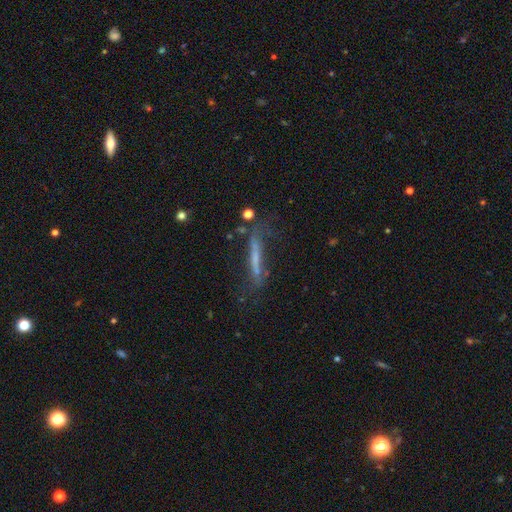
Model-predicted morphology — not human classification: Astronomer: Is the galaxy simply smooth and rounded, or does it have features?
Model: featured or disk — 50% (runner-up: smooth, 38%).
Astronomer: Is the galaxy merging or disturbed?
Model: none — 57%.